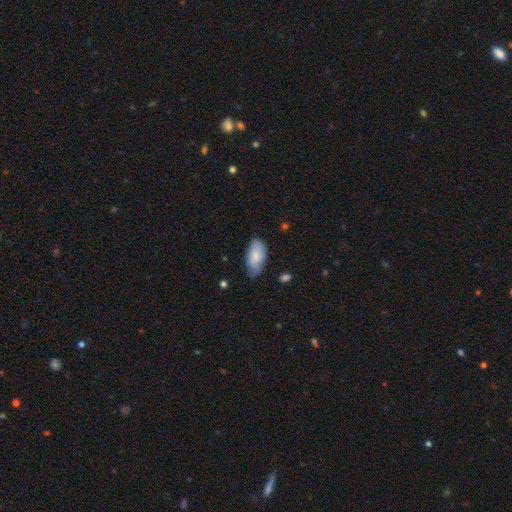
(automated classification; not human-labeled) A smooth galaxy with no disk features (80%) that is in between round and cigar-shaped (92%).

Vote fractions:
- Smooth or featured? smooth: 80% / featured or disk: 14% / star or artifact: 6%
- How rounded? in between: 92% / cigar-shaped: 5% / round: 2%
- Merging? none: 62% / minor disturbance: 31% / major disturbance: 6% / merger: 2%